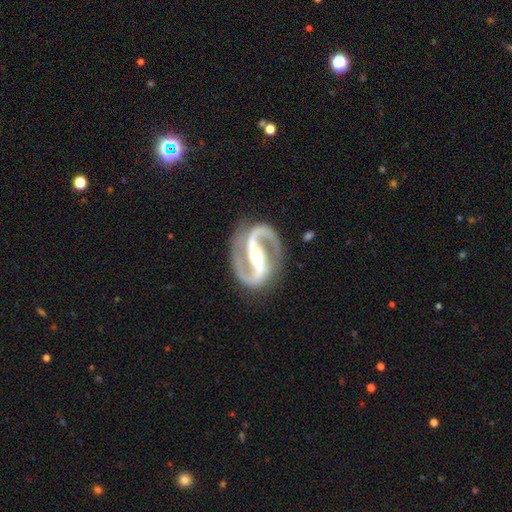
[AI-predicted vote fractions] A featured or disk galaxy (94%) with a strong bar (71%), 2 (94%) medium (60%) spiral arms (98%) and a small central bulge (48%).

Vote fractions:
- Smooth or featured? featured or disk: 94% / star or artifact: 4% / smooth: 2%
- Edge-on disk? no: 98% / yes: 2%
- Bar? strong: 71% / weak: 18% / no: 11%
- Spiral arms? yes: 98% / no: 2%
- Spiral winding? medium: 60% / tight: 22% / loose: 17%
- Spiral arm count? 2: 94% / 1: 1% / can't tell: 1% / 3: 1% / 4: 1% / more than 4: 1%
- Bulge size? small: 48% / moderate: 47% / large: 3% / none: 1% / dominant: 1%
- Merging? none: 86% / minor disturbance: 10% / major disturbance: 4% / merger: 1%